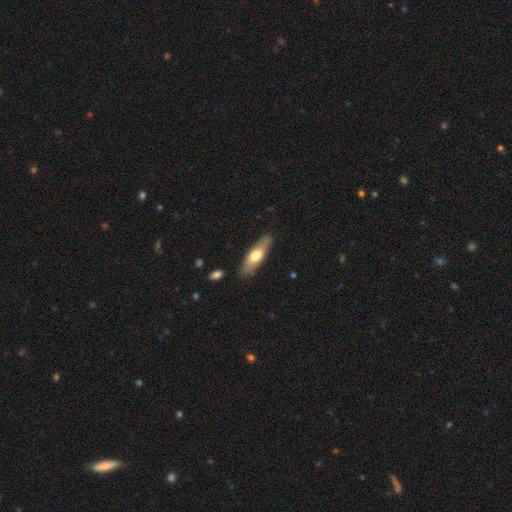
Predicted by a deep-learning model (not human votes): A smooth galaxy with no disk features (59%) that is in between round and cigar-shaped (51%).

Vote fractions:
- Smooth or featured? smooth: 59% / featured or disk: 36% / star or artifact: 5%
- How rounded? in between: 51% / cigar-shaped: 47% / round: 2%
- Merging? none: 82% / minor disturbance: 13% / major disturbance: 3% / merger: 2%